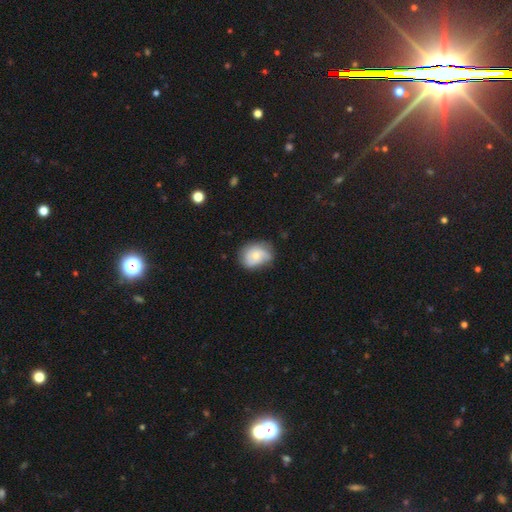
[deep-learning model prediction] This is possibly a smooth galaxy (51%). How rounded: possibly in between (57%). Merging: possibly none (57%).